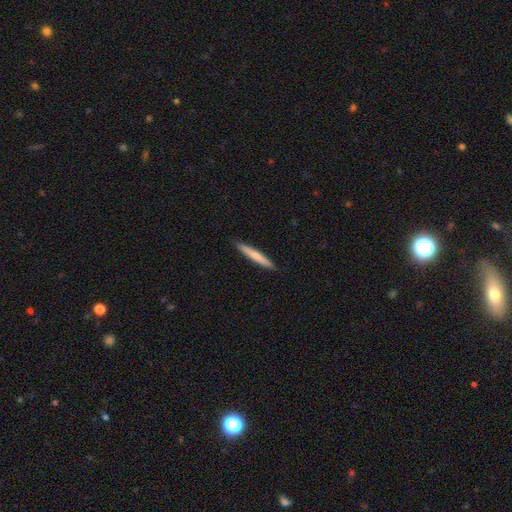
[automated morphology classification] smooth 67%, featured or disk 28%, star or artifact 5%. Down the decision tree: how rounded — cigar-shaped (96%); merging — none (91%).